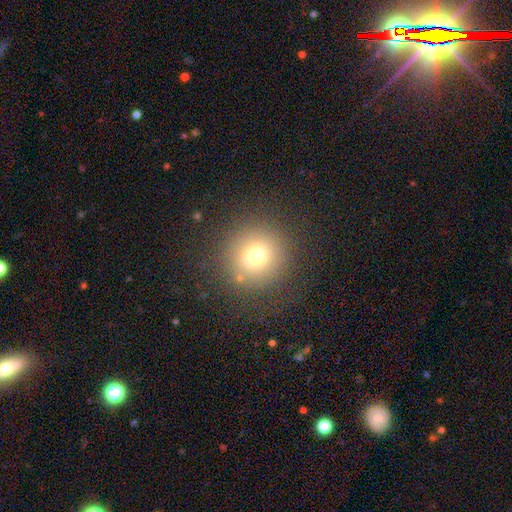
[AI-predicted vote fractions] smooth-or-featured: smooth: 73% | star or artifact: 16% | featured or disk: 11%
  how-rounded: round: 94% | in between: 5% | cigar-shaped: 1%
  merging: none: 85% | minor disturbance: 8% | major disturbance: 5% | merger: 2%